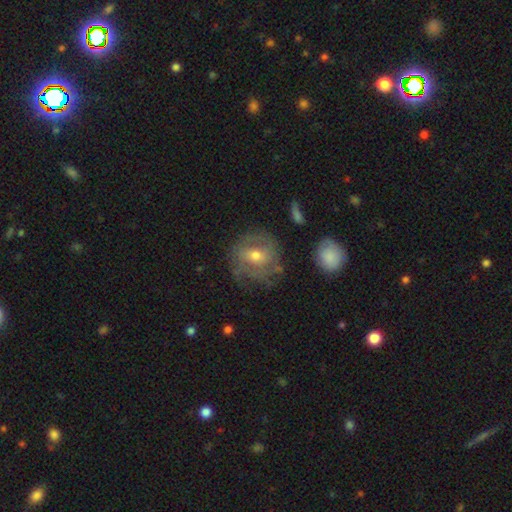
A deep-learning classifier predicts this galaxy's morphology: Smooth or featured: featured or disk — 59% (smooth — 33%)
Edge-on disk: no — 96% (yes — 4%)
Bar: no — 47% (weak — 40%)
Spiral arms: yes — 66% (no — 34%)
Bulge size: moderate — 64% (small — 31%)
Merging: none — 62% (minor disturbance — 21%)